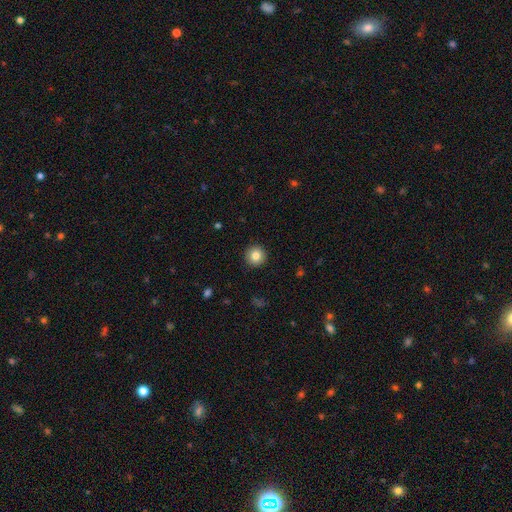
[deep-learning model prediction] Smooth or featured?
  - smooth: 83% *
  - star or artifact: 9%
  - featured or disk: 8%
How rounded?
  - round: 96% *
  - in between: 3%
  - cigar-shaped: 1%
Merging?
  - none: 93% *
  - minor disturbance: 5%
  - major disturbance: 2%
  - merger: 1%